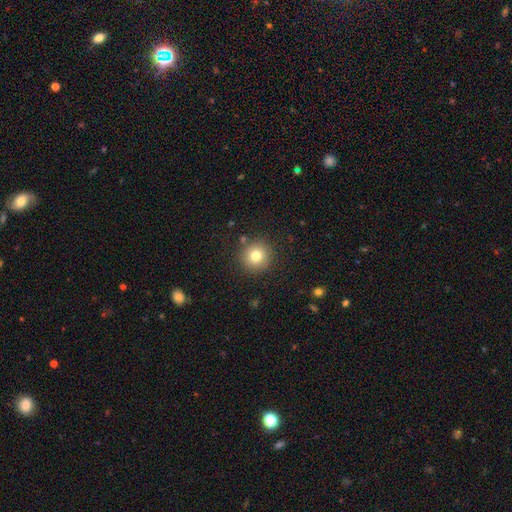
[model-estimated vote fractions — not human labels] Morphology: type=smooth (78%); roundness=round (94%); merging=none (88%).